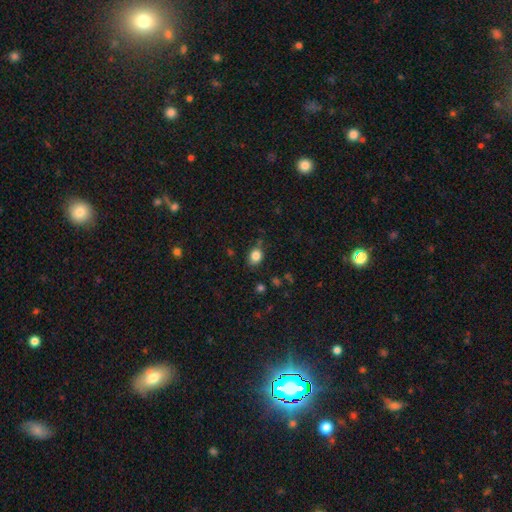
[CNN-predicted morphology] smooth_or_featured: smooth (p=0.84) [alt: star or artifact p=0.11]
how_rounded: round (p=0.50) [alt: in between p=0.49]
merging: none (p=0.75) [alt: minor disturbance p=0.18]